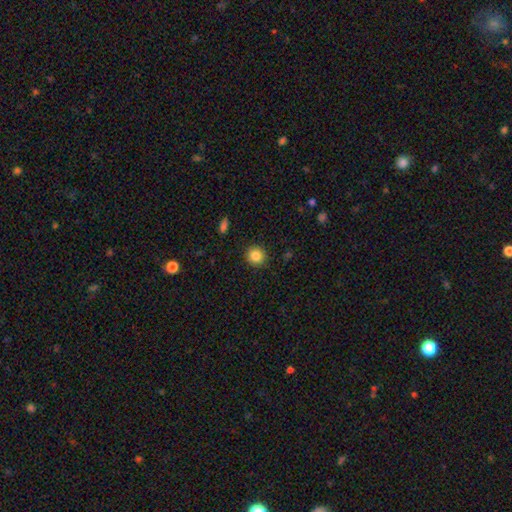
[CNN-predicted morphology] Smooth or featured: smooth — 86% (star or artifact — 10%)
How rounded: round — 91% (in between — 8%)
Merging: none — 90% (minor disturbance — 7%)